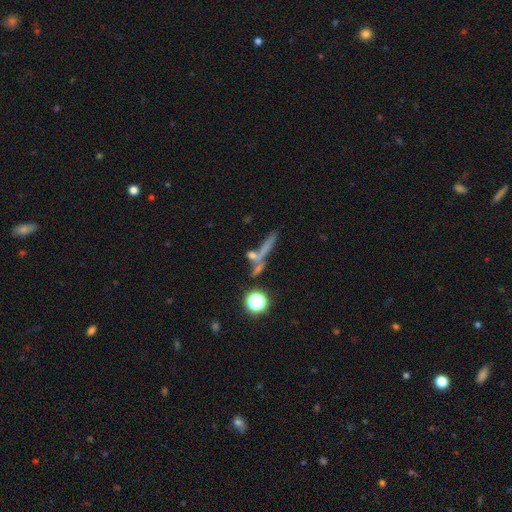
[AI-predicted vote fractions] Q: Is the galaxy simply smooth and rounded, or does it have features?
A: smooth — 50%.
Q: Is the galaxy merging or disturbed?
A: none — 46%.